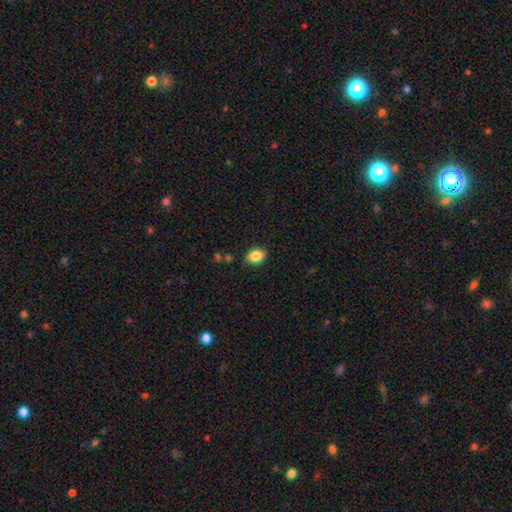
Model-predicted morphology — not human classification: smooth 84%, star or artifact 9%, featured or disk 7%. Down the decision tree: how rounded — in between (73%); merging — none (83%).